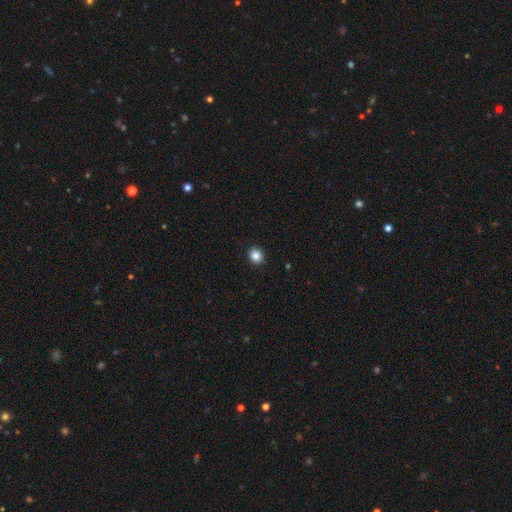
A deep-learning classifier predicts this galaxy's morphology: A smooth galaxy with no disk features (86%) that is round (79%). Merging: none (92%).